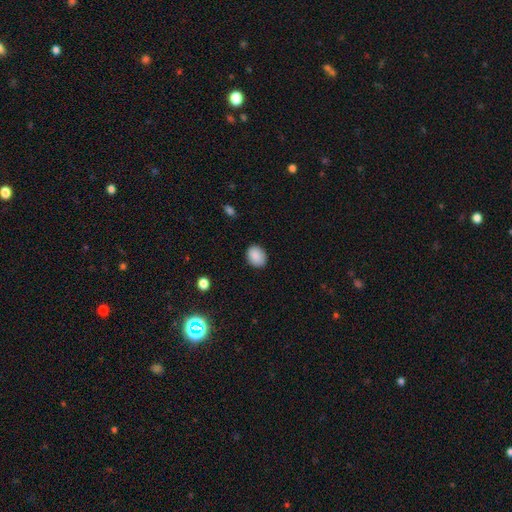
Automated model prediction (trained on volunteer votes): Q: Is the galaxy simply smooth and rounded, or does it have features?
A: smooth — 88%.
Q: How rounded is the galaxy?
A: in between — 58%.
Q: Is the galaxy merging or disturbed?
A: none — 85%.